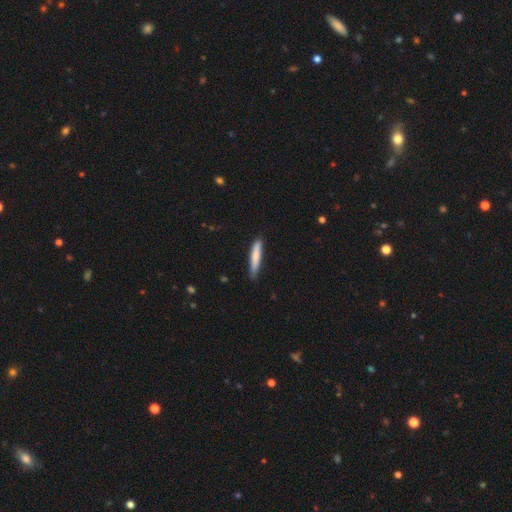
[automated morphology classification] smooth 78%, featured or disk 17%, star or artifact 5%. Down the decision tree: how rounded — cigar-shaped (92%); merging — none (80%).